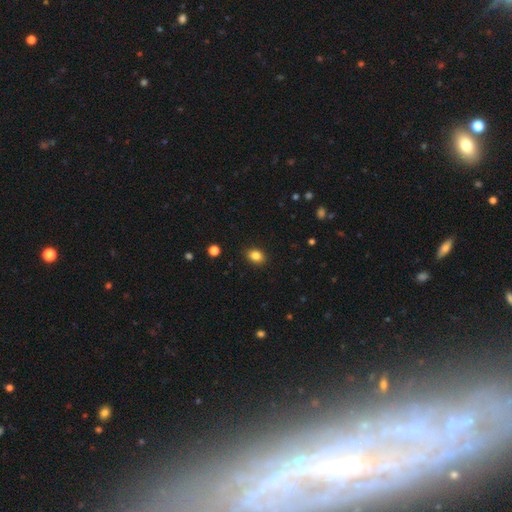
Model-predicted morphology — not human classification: Smooth or featured? smooth (84%)
How rounded? in between (63%)
Merging? none (90%)